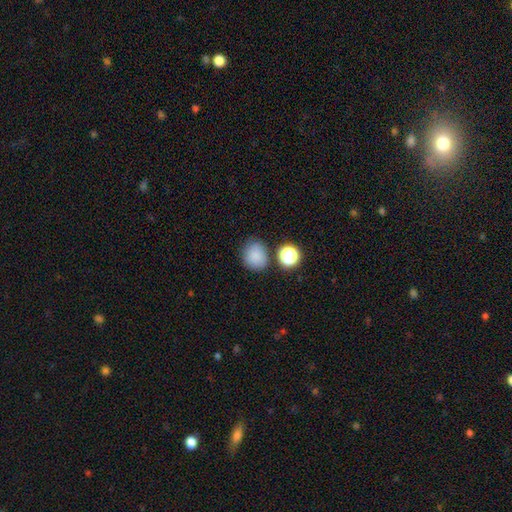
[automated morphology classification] A smooth galaxy with no disk features (82%) that is round (72%). Merging: none (76%).